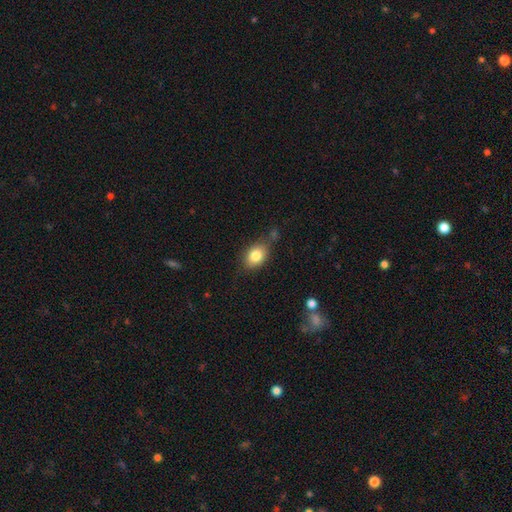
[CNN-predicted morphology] The model was most divided on "how rounded": in between: 72%, round: 27%, cigar-shaped: 1%. More confident: smooth or featured — smooth (81%); merging — none (67%).